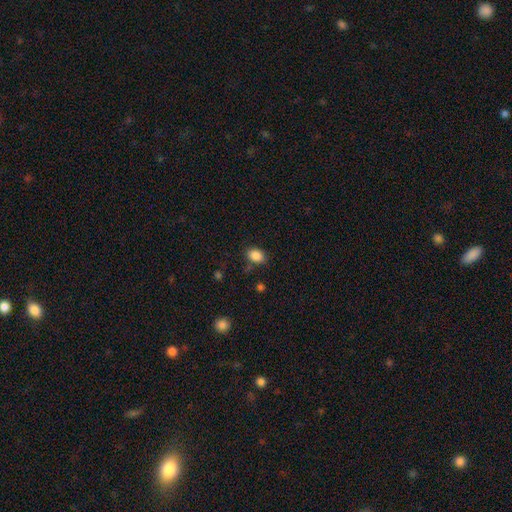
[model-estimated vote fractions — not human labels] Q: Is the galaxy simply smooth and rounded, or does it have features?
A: smooth — 86%.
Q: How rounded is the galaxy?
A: in between — 76%.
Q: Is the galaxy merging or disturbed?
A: none — 80%.